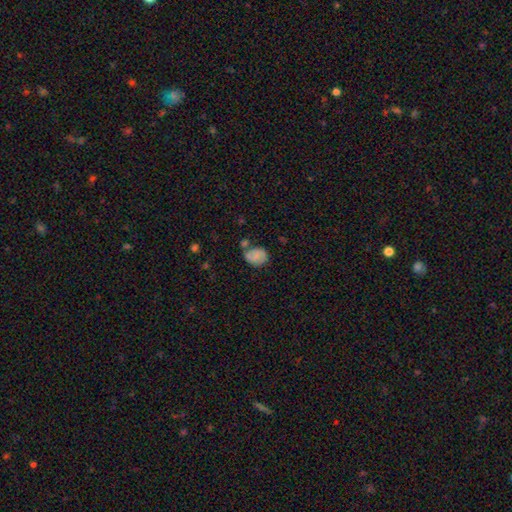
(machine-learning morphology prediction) The model was most divided on "how rounded": round: 50%, in between: 49%, cigar-shaped: 1%. Remaining: smooth or featured — smooth (66%); merging — none (48%).